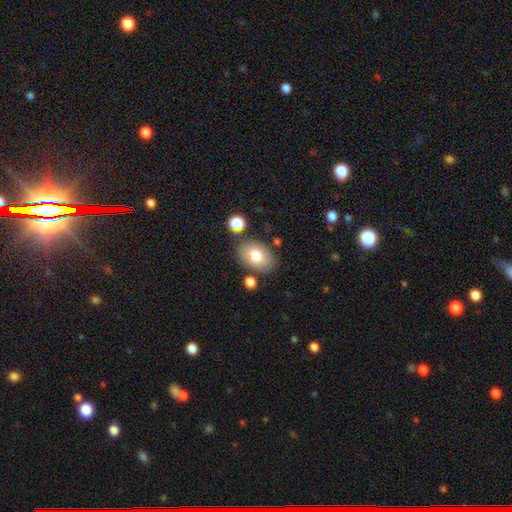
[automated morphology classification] Smooth or featured: smooth — 77% (featured or disk — 15%)
How rounded: in between — 84% (round — 15%)
Merging: none — 79% (minor disturbance — 12%)